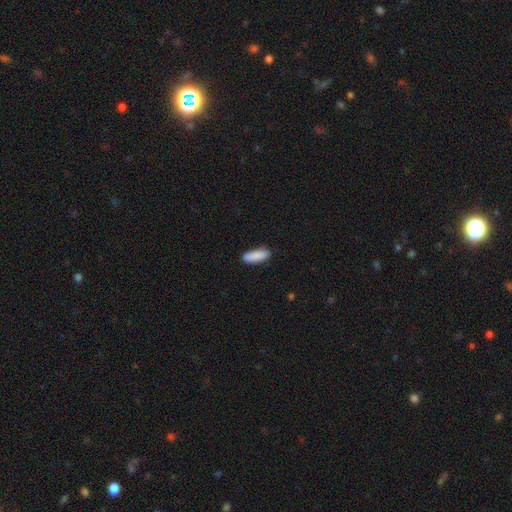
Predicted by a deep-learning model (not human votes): A smooth galaxy with no disk features (90%) that is in between round and cigar-shaped (61%).

Vote fractions:
- Smooth or featured? smooth: 90% / star or artifact: 6% / featured or disk: 4%
- How rounded? in between: 61% / cigar-shaped: 38% / round: 2%
- Merging? none: 85% / minor disturbance: 12% / major disturbance: 2% / merger: 1%